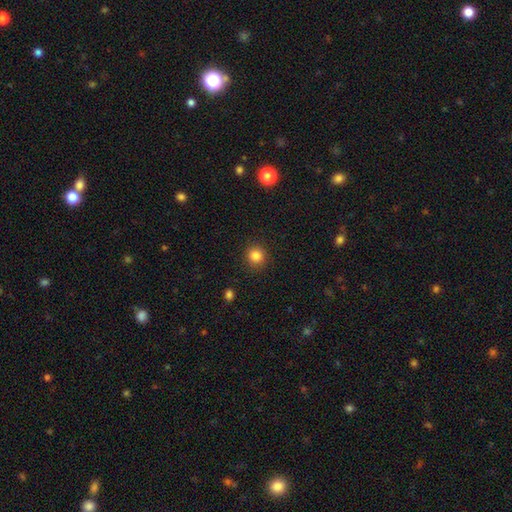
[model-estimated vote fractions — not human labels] smooth-or-featured: smooth: 84% | star or artifact: 12% | featured or disk: 4%
  how-rounded: round: 92% | in between: 7% | cigar-shaped: 1%
  merging: none: 90% | minor disturbance: 6% | major disturbance: 2% | merger: 1%